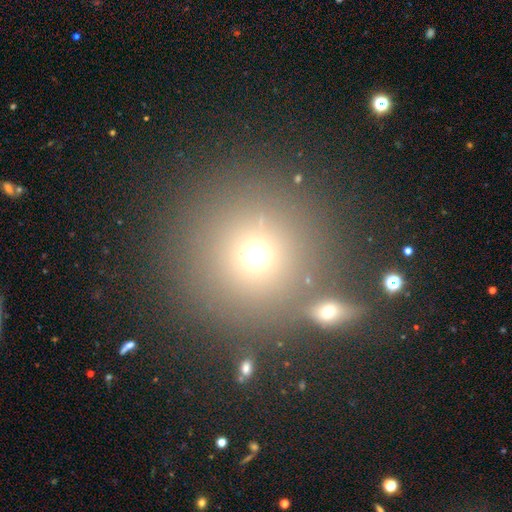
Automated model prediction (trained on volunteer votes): smooth 65%, star or artifact 23%, featured or disk 12%. Down the decision tree: how rounded — round (95%); merging — none (74%).